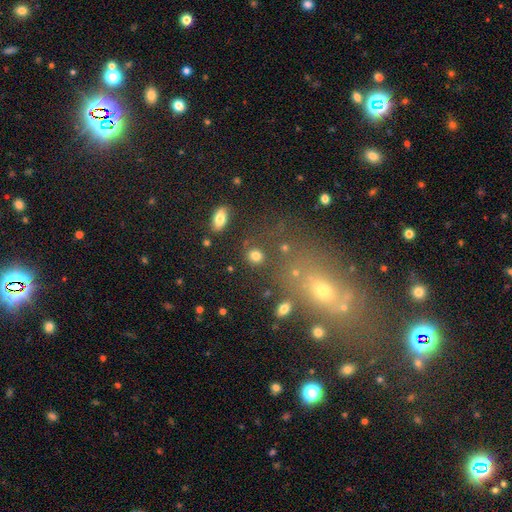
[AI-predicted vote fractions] A smooth galaxy with no disk features (80%) that is round (79%). Merging: none (80%).